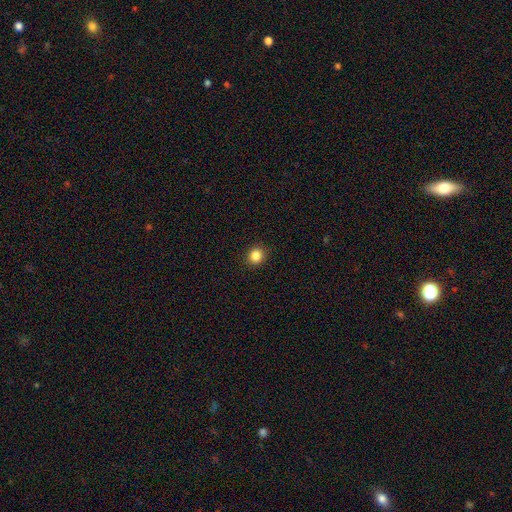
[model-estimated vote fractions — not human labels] The model was most divided on "how rounded": round: 83%, in between: 16%, cigar-shaped: 1%. More confident: merging — none (91%); smooth or featured — smooth (85%).